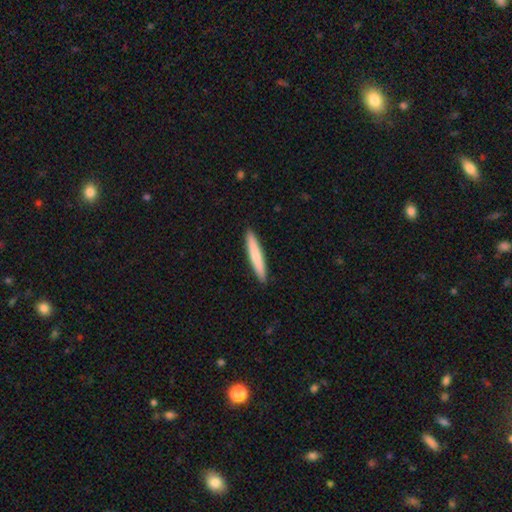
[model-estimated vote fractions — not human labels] Smooth or featured? smooth (74%)
How rounded? cigar-shaped (95%)
Merging? none (92%)